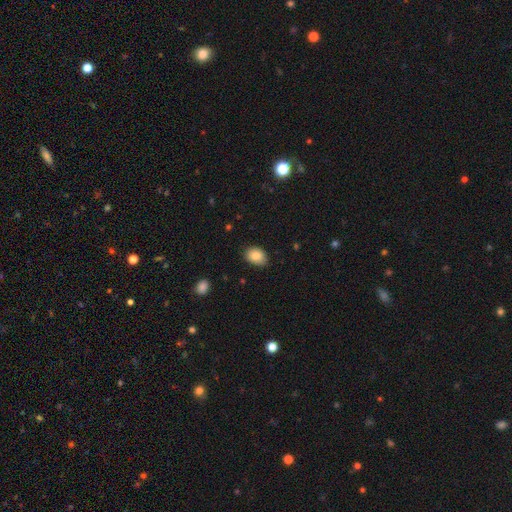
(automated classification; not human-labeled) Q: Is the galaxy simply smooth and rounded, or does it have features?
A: smooth — 85%.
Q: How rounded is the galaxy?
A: in between — 76%.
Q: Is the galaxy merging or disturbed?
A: none — 82%.